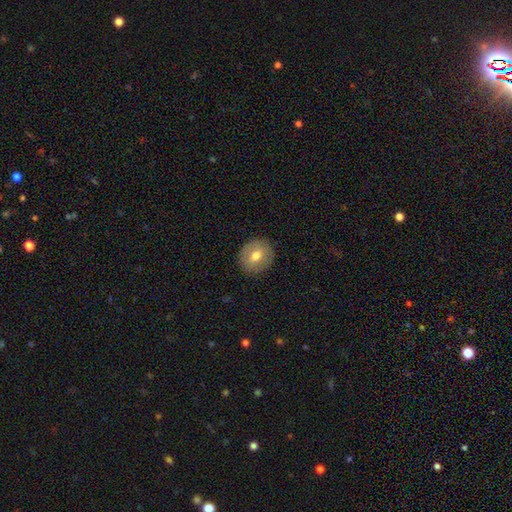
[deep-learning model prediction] smooth_or_featured: smooth (p=0.69) [alt: featured or disk p=0.23]
how_rounded: round (p=0.87) [alt: in between p=0.12]
merging: none (p=0.89) [alt: minor disturbance p=0.07]